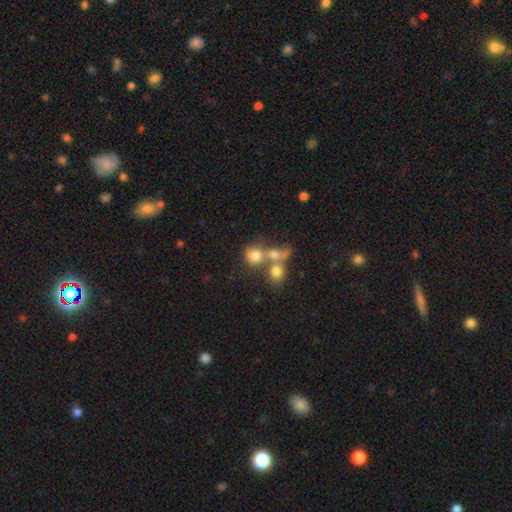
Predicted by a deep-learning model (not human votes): This is likely a smooth galaxy (70%). How rounded: likely round (70%). Merging: possibly merger (52%).